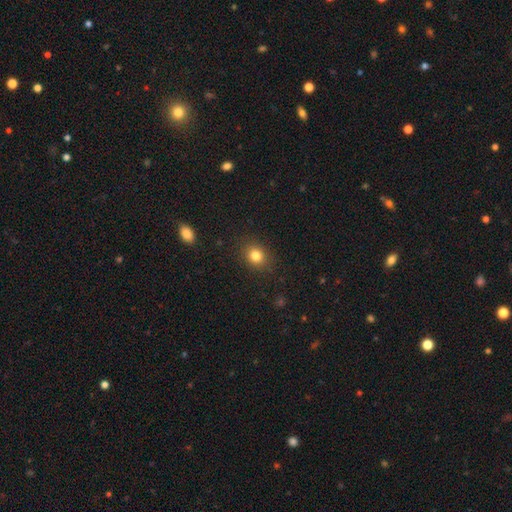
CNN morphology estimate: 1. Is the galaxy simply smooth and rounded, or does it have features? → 82% smooth, 12% star or artifact, 6% featured or disk.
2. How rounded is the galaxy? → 69% round, 30% in between, 1% cigar-shaped.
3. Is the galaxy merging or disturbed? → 87% none, 9% minor disturbance, 3% major disturbance, 1% merger.